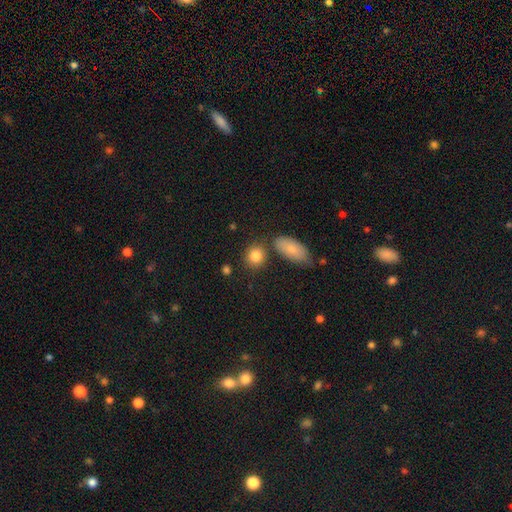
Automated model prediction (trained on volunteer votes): Smooth or featured? Predicted: smooth (p=0.85). How rounded? Predicted: round (p=0.69). Merging? Predicted: none (p=0.74).